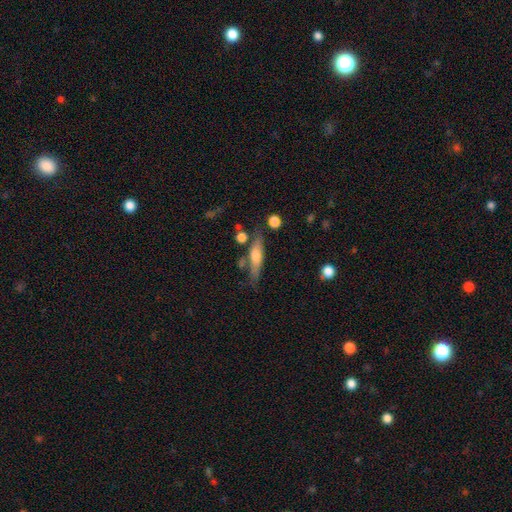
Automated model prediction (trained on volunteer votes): Smooth or featured? Predicted: smooth (p=0.49). Merging? Predicted: none (p=0.68).